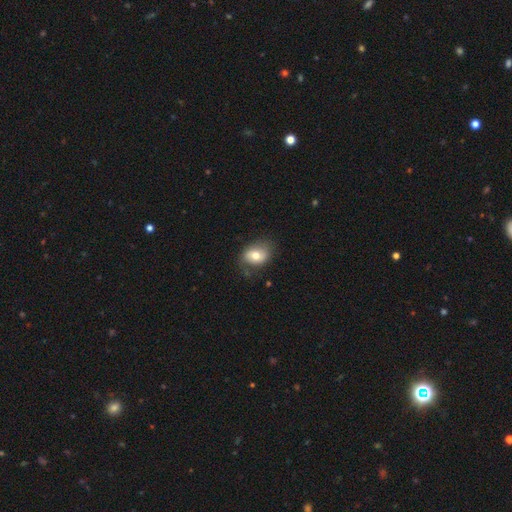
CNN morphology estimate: smooth-or-featured: smooth: 71% | featured or disk: 21% | star or artifact: 8%
  how-rounded: in between: 70% | round: 29% | cigar-shaped: 1%
  merging: none: 68% | minor disturbance: 23% | major disturbance: 7% | merger: 2%